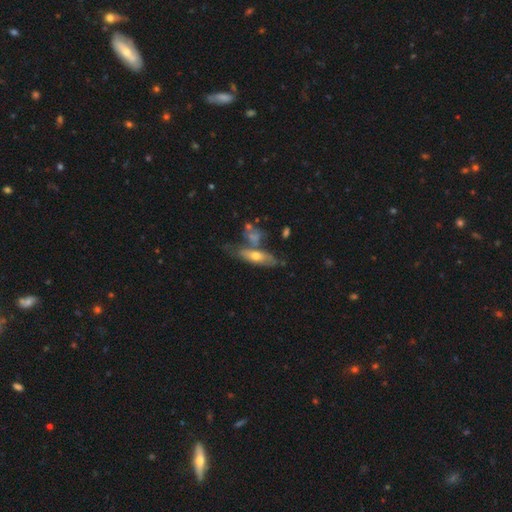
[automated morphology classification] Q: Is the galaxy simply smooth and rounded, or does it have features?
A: smooth — 49%.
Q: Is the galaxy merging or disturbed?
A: none — 45%.